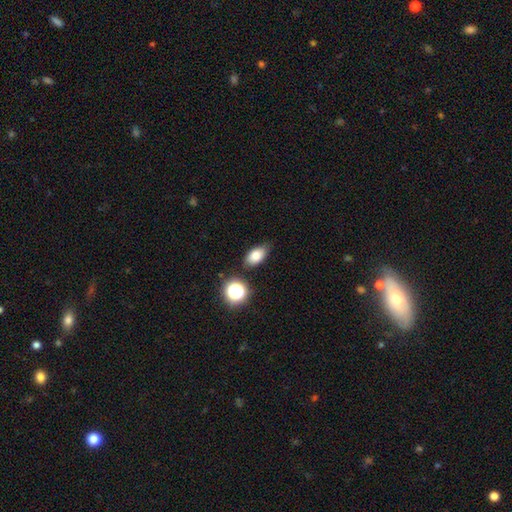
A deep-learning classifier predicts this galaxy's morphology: A smooth galaxy with no disk features (80%) that is in between round and cigar-shaped (86%).

Vote fractions:
- Smooth or featured? smooth: 80% / star or artifact: 11% / featured or disk: 8%
- How rounded? in between: 86% / round: 11% / cigar-shaped: 3%
- Merging? none: 75% / minor disturbance: 18% / major disturbance: 4% / merger: 4%